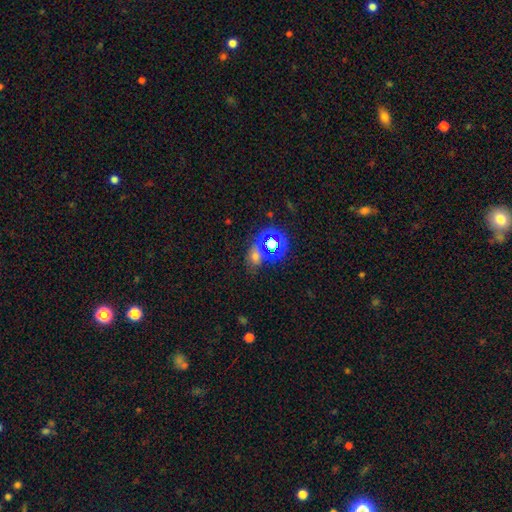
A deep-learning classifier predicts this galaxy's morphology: The model was most divided on "smooth or featured": star or artifact: 53%, smooth: 36%, featured or disk: 11%.